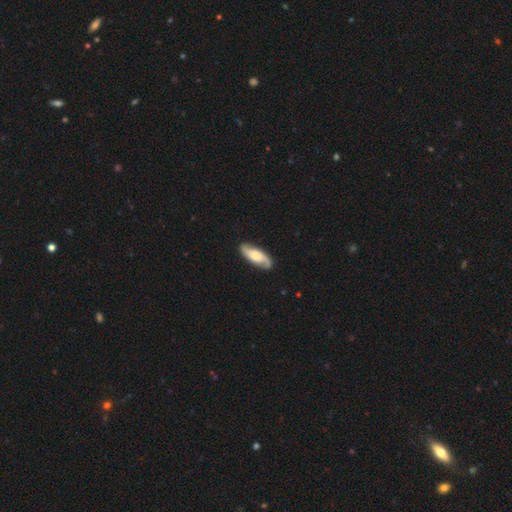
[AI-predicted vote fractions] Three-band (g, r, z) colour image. It shows a featured or disk galaxy (71%) with no bar (58%), 2 (90%) medium (42%) spiral arms (95%) and a moderate central bulge (45%). Merging: none (85%).